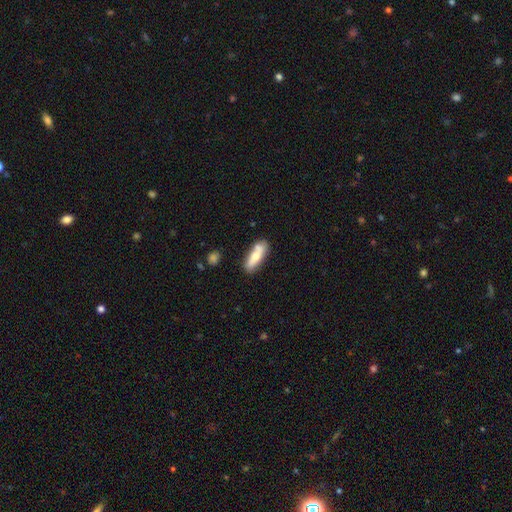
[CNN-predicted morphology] smooth_or_featured: smooth (p=0.64) [alt: featured or disk p=0.30]
how_rounded: in between (p=0.55) [alt: cigar-shaped p=0.42]
merging: none (p=0.67) [alt: minor disturbance p=0.16]